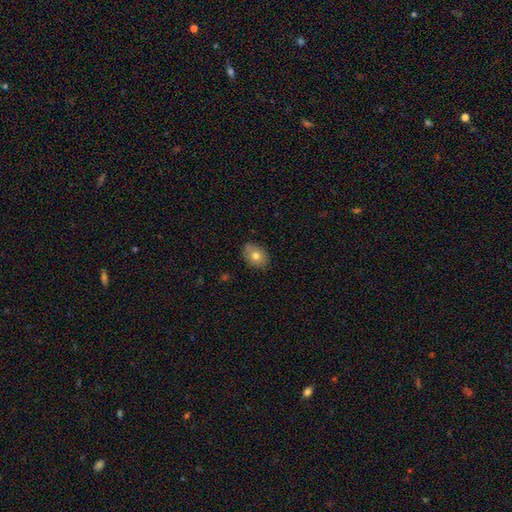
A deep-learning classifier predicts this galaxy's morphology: A smooth galaxy with no disk features (76%) that is in between round and cigar-shaped (66%).

Vote fractions:
- Smooth or featured? smooth: 76% / featured or disk: 15% / star or artifact: 9%
- How rounded? in between: 66% / round: 33% / cigar-shaped: 1%
- Merging? none: 81% / minor disturbance: 15% / major disturbance: 2% / merger: 2%